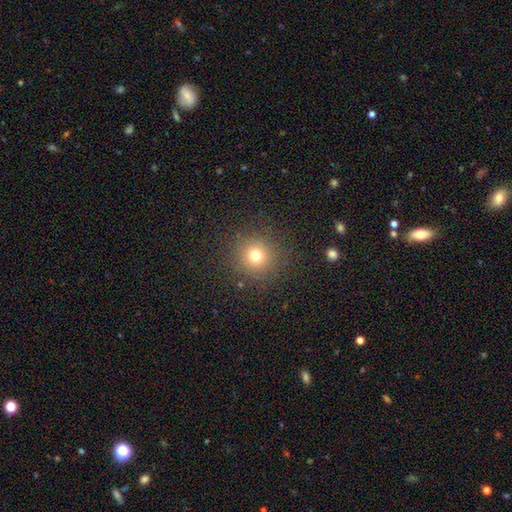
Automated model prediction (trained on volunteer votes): smooth 73%, star or artifact 18%, featured or disk 9%. Down the decision tree: how rounded — round (94%); merging — none (88%).